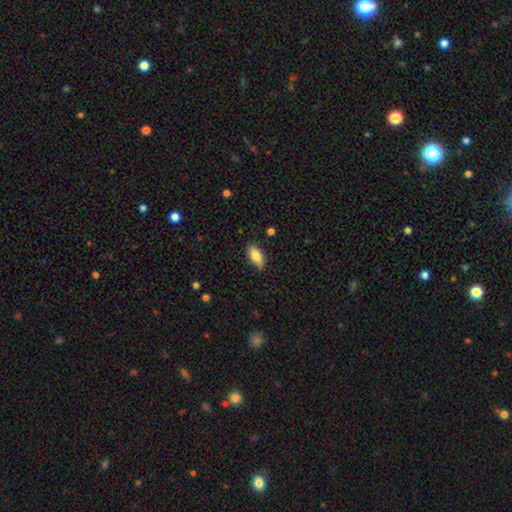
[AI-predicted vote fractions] Smooth or featured? Predicted: smooth (p=0.84). How rounded? Predicted: in between (p=0.88). Merging? Predicted: none (p=0.85).